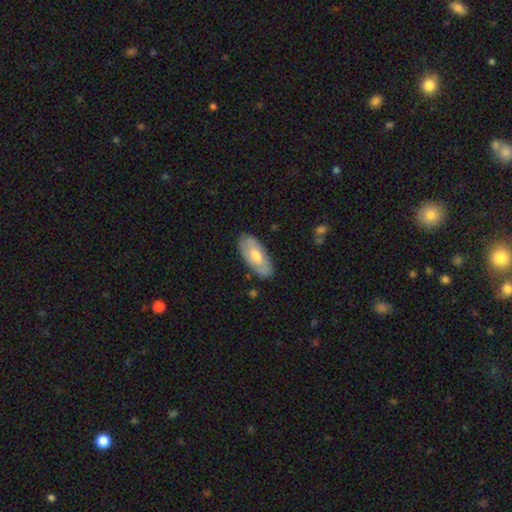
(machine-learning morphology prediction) Smooth or featured: smooth — 55% (featured or disk — 40%)
How rounded: in between — 90% (cigar-shaped — 8%)
Merging: none — 83% (minor disturbance — 13%)